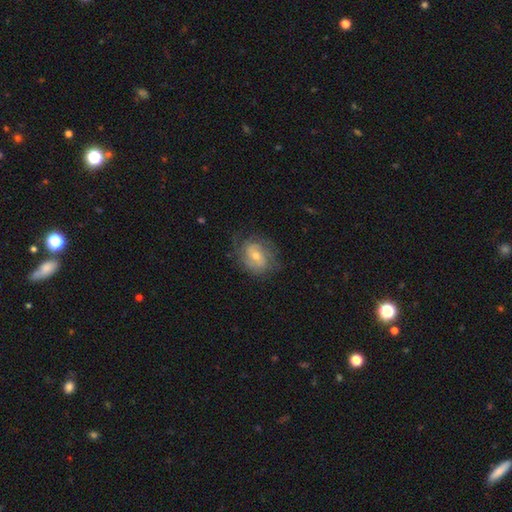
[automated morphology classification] This is likely a featured or disk galaxy (70%). It is clearly not viewed edge-on (97%). Bar: possibly no (51%). Spiral arm pattern: clearly yes (88%). Spiral arm count: marginally 2 (37%). Spiral winding: possibly tight (49%). Central bulge: possibly moderate (52%). Merging: likely none (67%).